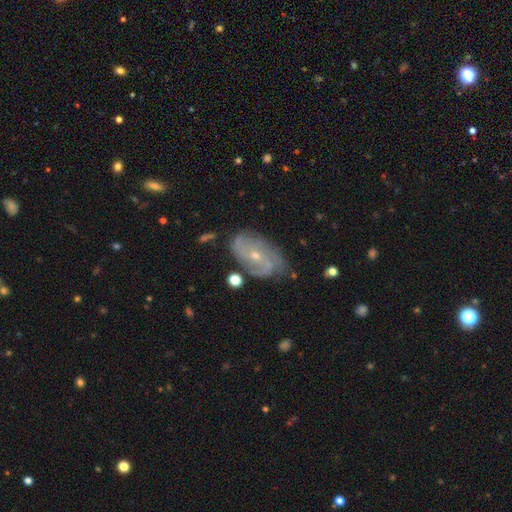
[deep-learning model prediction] Q: Smooth or featured?
A: featured or disk (78%); runner-up: smooth (14%)
Q: Edge-on disk?
A: no (95%); runner-up: yes (5%)
Q: Bar?
A: no (69%); runner-up: weak (25%)
Q: Spiral arms?
A: yes (91%); runner-up: no (9%)
Q: Spiral winding?
A: tight (43%); runner-up: medium (38%)
Q: Spiral arm count?
A: 2 (36%); runner-up: can't tell (29%)
Q: Bulge size?
A: small (71%); runner-up: moderate (26%)
Q: Merging?
A: none (69%); runner-up: minor disturbance (21%)